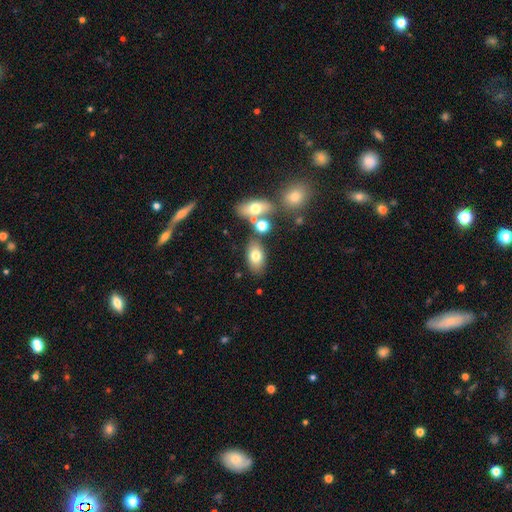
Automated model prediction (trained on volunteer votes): A smooth galaxy with no disk features (74%) that is in between round and cigar-shaped (89%).

Vote fractions:
- Smooth or featured? smooth: 74% / featured or disk: 16% / star or artifact: 9%
- How rounded? in between: 89% / round: 9% / cigar-shaped: 2%
- Merging? none: 70% / merger: 13% / minor disturbance: 12% / major disturbance: 4%